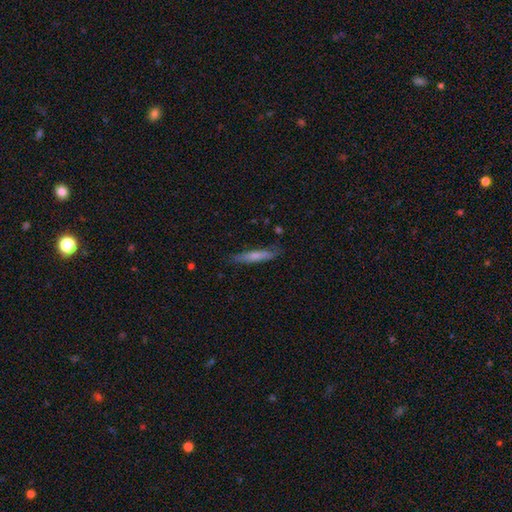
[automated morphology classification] Q: Smooth or featured?
A: smooth (63%); runner-up: featured or disk (31%)
Q: How rounded?
A: cigar-shaped (89%); runner-up: in between (10%)
Q: Merging?
A: none (80%); runner-up: minor disturbance (16%)